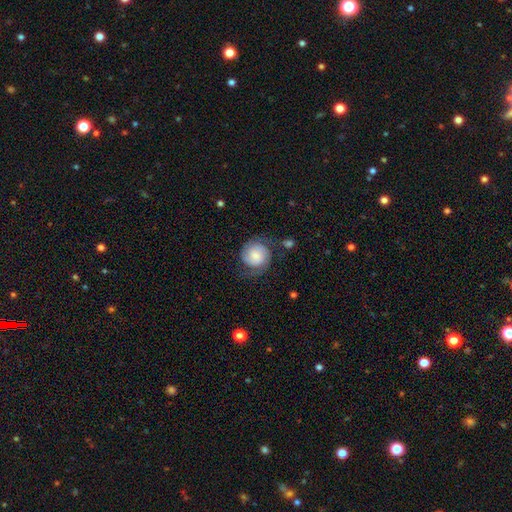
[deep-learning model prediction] Smooth or featured?
  - featured or disk: 68% *
  - smooth: 25%
  - star or artifact: 7%
Edge-on disk?
  - no: 98% *
  - yes: 2%
Bar?
  - no: 67% *
  - weak: 28%
  - strong: 5%
Spiral arms?
  - yes: 95% *
  - no: 5%
Spiral winding?
  - tight: 48% *
  - medium: 38%
  - loose: 14%
Spiral arm count?
  - 2: 83% *
  - can't tell: 7%
  - 3: 4%
  - 1: 3%
  - 4: 2%
  - more than 4: 1%
Bulge size?
  - small: 38% *
  - moderate: 33%
  - large: 13%
  - none: 11%
  - dominant: 4%
Merging?
  - none: 65% *
  - minor disturbance: 20%
  - major disturbance: 12%
  - merger: 3%